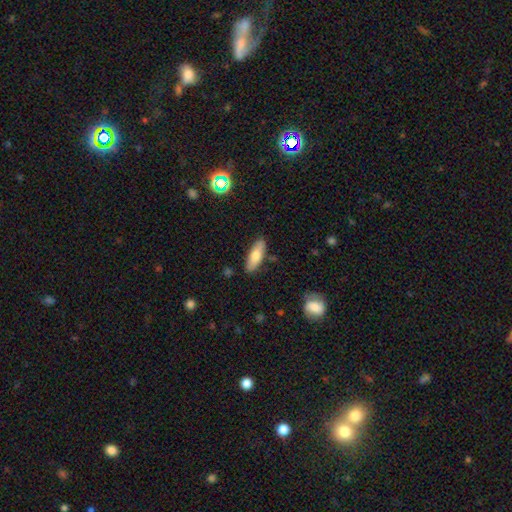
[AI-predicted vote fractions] Smooth or featured: smooth — 72% (featured or disk — 21%)
How rounded: in between — 59% (cigar-shaped — 38%)
Merging: none — 85% (minor disturbance — 11%)